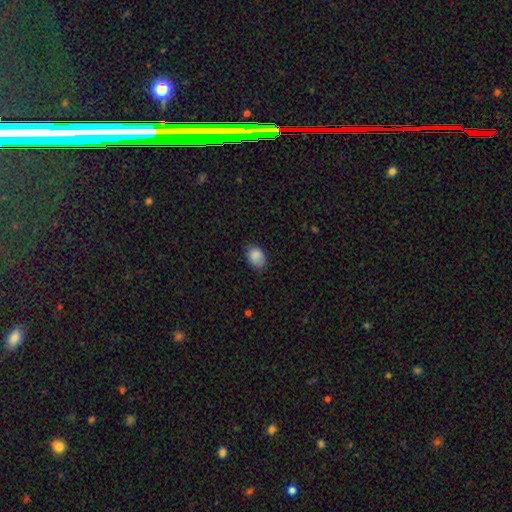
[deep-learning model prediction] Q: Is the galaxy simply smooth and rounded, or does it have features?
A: smooth — 87%.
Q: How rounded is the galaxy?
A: in between — 75%.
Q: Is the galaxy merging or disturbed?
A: none — 72%.